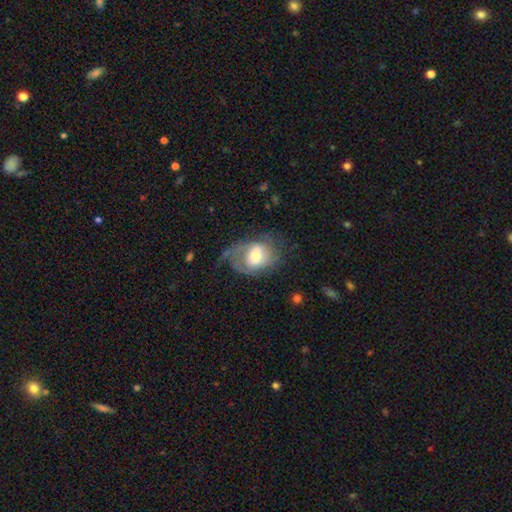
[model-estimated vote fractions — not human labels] This appears to be a featured or disk galaxy (55%) with no bar (48%), spiral arms (70%) and a moderate central bulge (59%). Merging: none (40%).